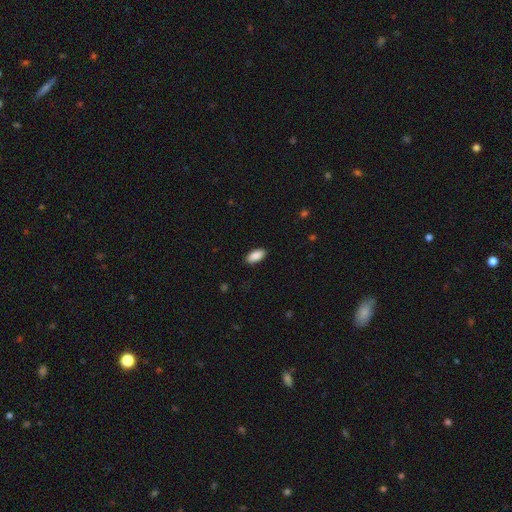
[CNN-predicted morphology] smooth_or_featured: smooth (p=0.90) [alt: star or artifact p=0.06]
how_rounded: in between (p=0.91) [alt: cigar-shaped p=0.07]
merging: none (p=0.89) [alt: minor disturbance p=0.08]